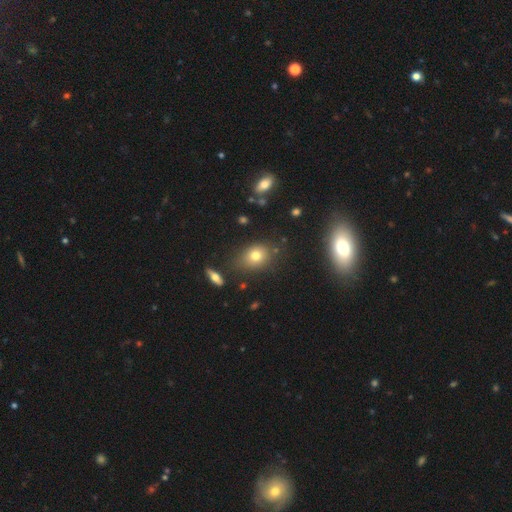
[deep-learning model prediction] A smooth galaxy with no disk features (74%) that is in between round and cigar-shaped (53%). Merging: none (75%).